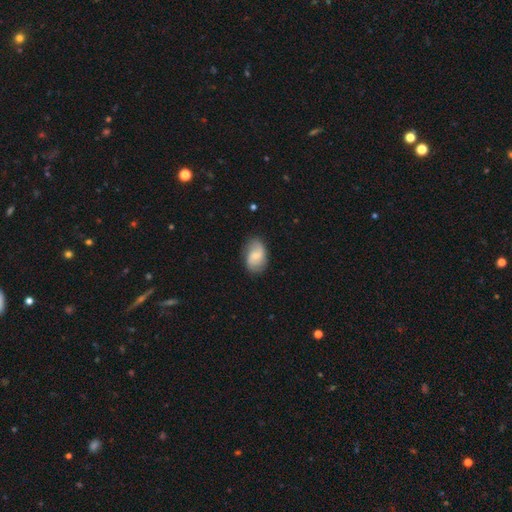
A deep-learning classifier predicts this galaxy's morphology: A featured or disk galaxy (49%).

Vote fractions:
- Smooth or featured? featured or disk: 49% / smooth: 45% / star or artifact: 7%
- Merging? none: 77% / minor disturbance: 18% / major disturbance: 5% / merger: 1%